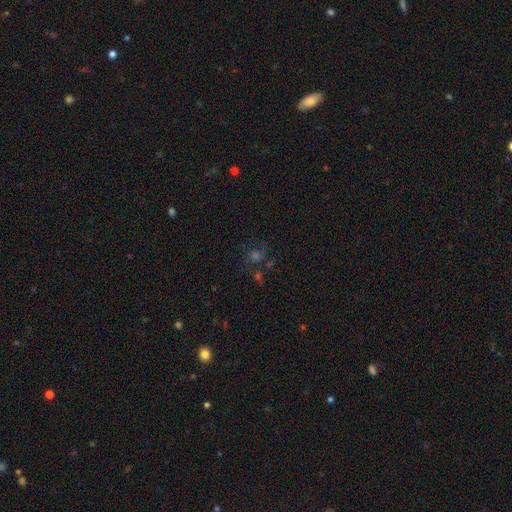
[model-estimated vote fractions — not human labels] This appears to be a star or artifact, not a galaxy (44%).